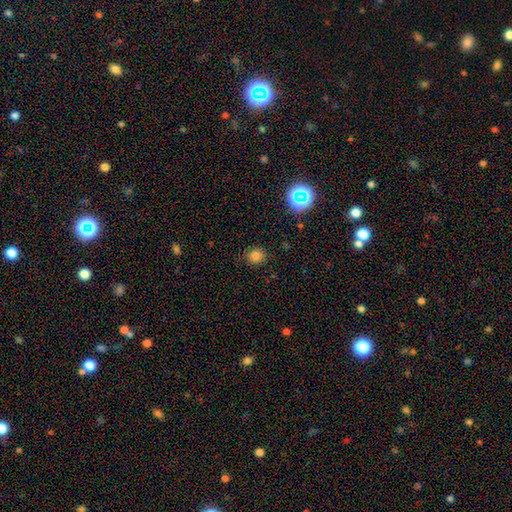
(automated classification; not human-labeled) smooth 79%, star or artifact 16%, featured or disk 5%. Down the decision tree: how rounded — round (76%); merging — none (84%).